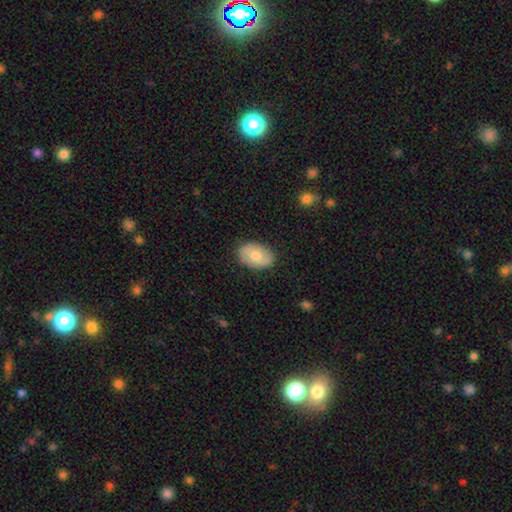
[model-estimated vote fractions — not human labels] smooth_or_featured: smooth (p=0.72) [alt: featured or disk p=0.22]
how_rounded: in between (p=0.86) [alt: round p=0.13]
merging: none (p=0.85) [alt: minor disturbance p=0.11]